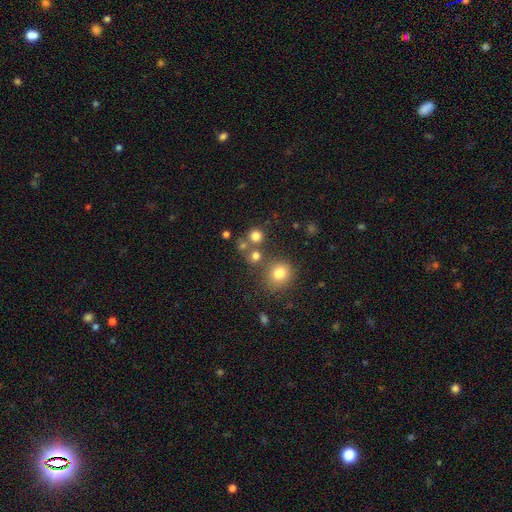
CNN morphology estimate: The model was most divided on "merging": none: 67%, merger: 21%, minor disturbance: 8%, major disturbance: 4%. More confident: how rounded — round (88%); smooth or featured — smooth (74%).